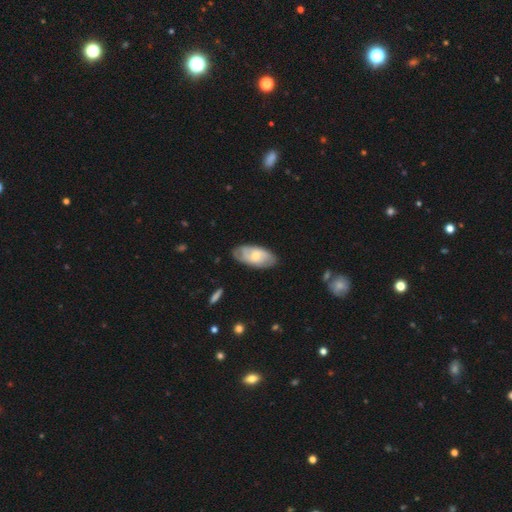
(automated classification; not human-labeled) featured or disk 51%, smooth 43%, star or artifact 6%. Down the decision tree: edge-on disk — no (91%); merging — none (75%).